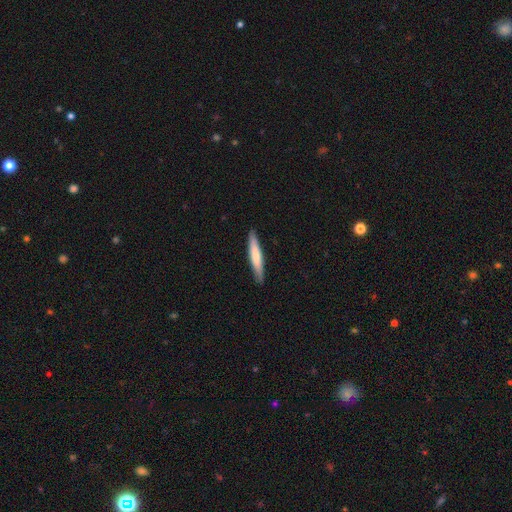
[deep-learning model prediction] This is likely a smooth galaxy (67%). How rounded: clearly cigar-shaped (93%). Merging: clearly none (89%).